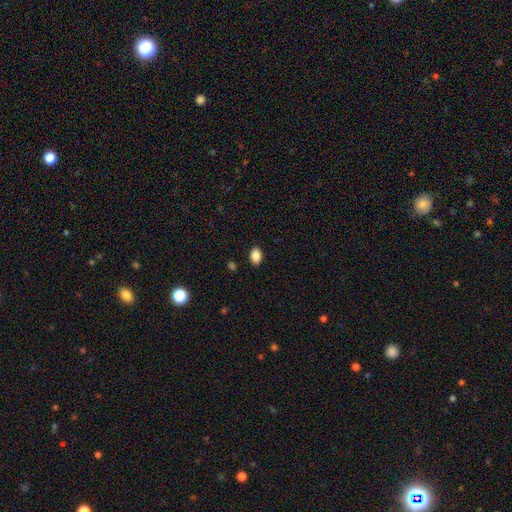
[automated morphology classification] This is clearly a smooth galaxy (87%). How rounded: likely in between (78%). Merging: clearly none (89%).